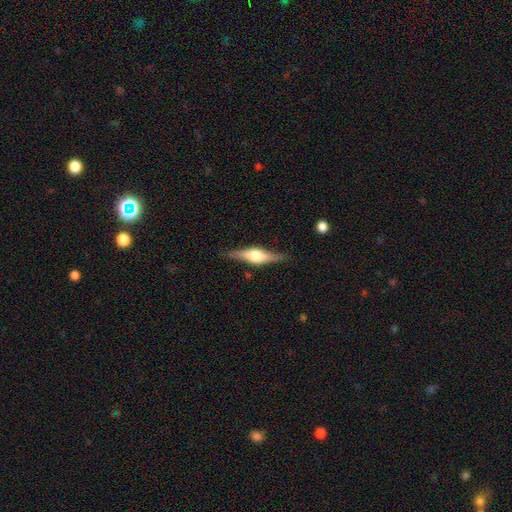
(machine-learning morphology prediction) smooth_or_featured: featured or disk (p=0.73) [alt: smooth p=0.21]
disk_edge_on: yes (p=0.97) [alt: no p=0.03]
edge_on_bulge: rounded (p=0.90) [alt: boxy p=0.08]
merging: none (p=0.87) [alt: minor disturbance p=0.10]